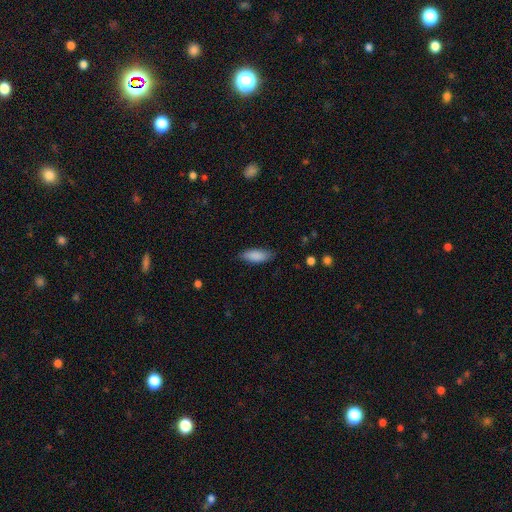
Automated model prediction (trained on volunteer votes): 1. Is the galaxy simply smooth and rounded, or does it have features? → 88% smooth, 6% featured or disk, 6% star or artifact.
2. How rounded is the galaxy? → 74% in between, 24% cigar-shaped, 2% round.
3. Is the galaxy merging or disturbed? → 82% none, 14% minor disturbance, 3% major disturbance, 1% merger.